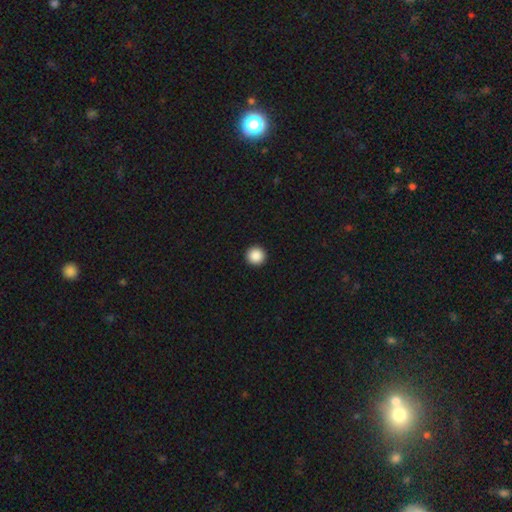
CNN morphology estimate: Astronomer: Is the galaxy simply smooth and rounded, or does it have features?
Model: smooth — 88%.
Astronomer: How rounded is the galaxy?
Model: round — 96%.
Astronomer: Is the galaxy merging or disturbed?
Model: none — 94%.